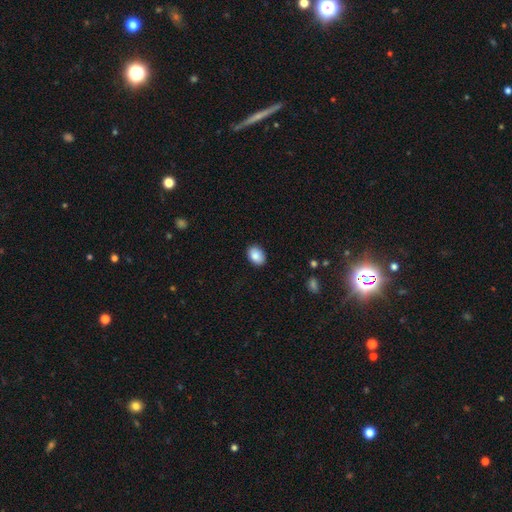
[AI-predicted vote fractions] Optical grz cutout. It shows a smooth galaxy with no disk features (88%) that is in between round and cigar-shaped (82%). Merging: none (89%).